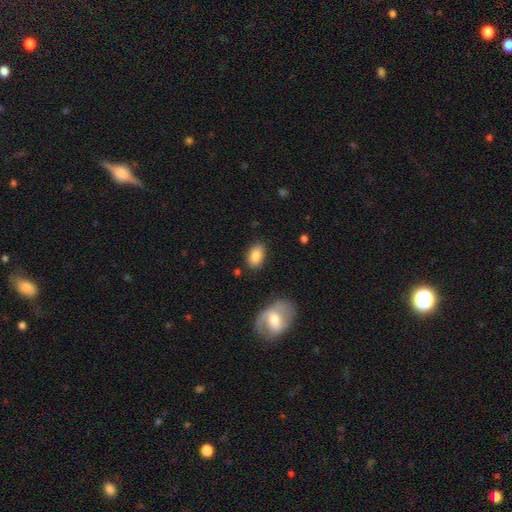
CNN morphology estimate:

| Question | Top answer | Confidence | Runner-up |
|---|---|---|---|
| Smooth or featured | smooth | 85% | featured or disk (8%) |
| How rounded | in between | 89% | round (9%) |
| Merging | none | 82% | minor disturbance (13%) |